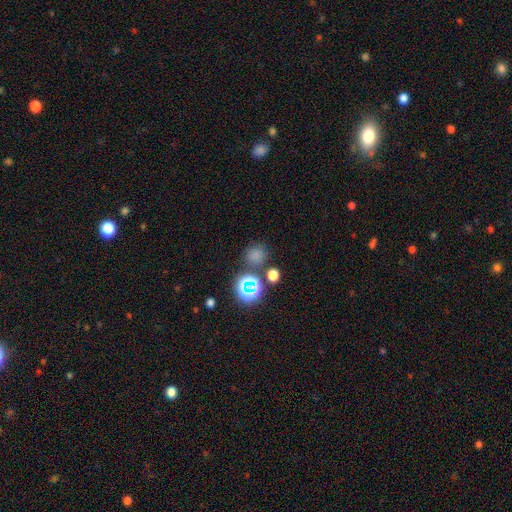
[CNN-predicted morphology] Overall: smooth (68%). How rounded: round (83%). Merging: none (72%).